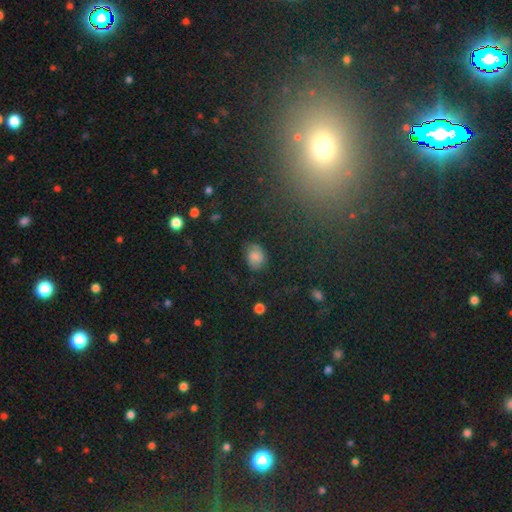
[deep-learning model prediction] The model was most divided on "how rounded": in between: 60%, round: 39%, cigar-shaped: 1%. More confident: smooth or featured — smooth (70%); merging — none (66%).